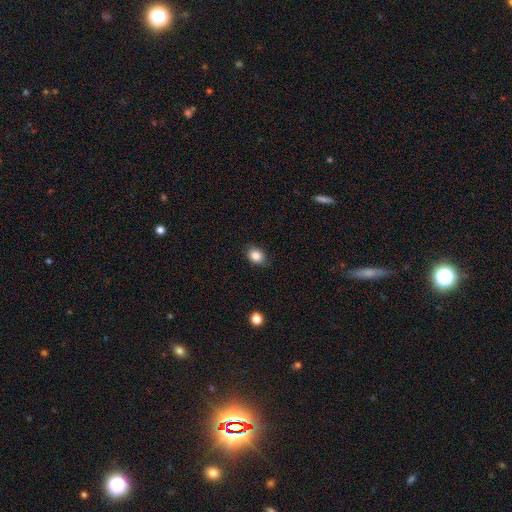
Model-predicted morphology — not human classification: Smooth or featured? Predicted: smooth (p=0.86). How rounded? Predicted: in between (p=0.63). Merging? Predicted: none (p=0.82).